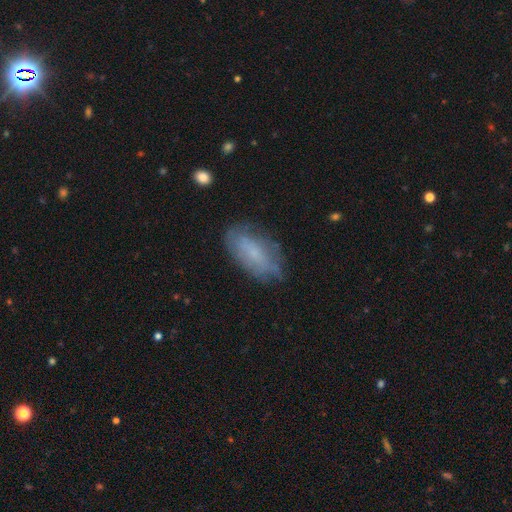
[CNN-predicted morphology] type=smooth (53%); roundness=in between (87%); merging=none (78%).